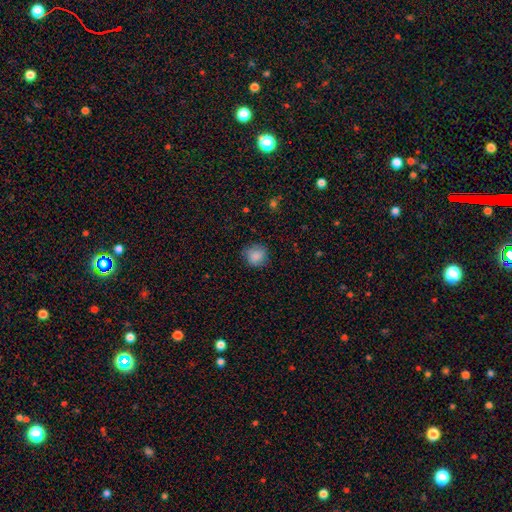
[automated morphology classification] Smooth or featured? Predicted: smooth (p=0.86). How rounded? Predicted: round (p=0.88). Merging? Predicted: none (p=0.82).